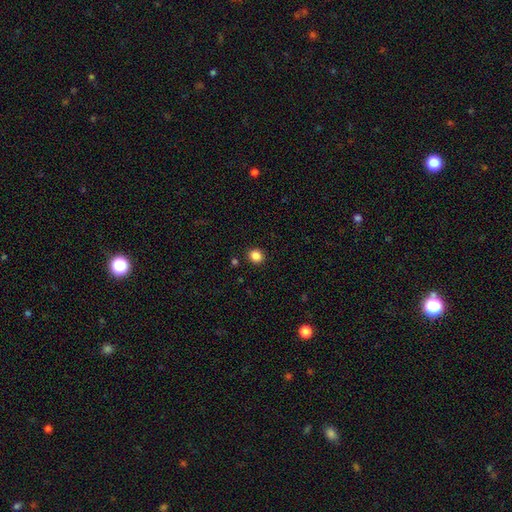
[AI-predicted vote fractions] Morphology: type=smooth (86%); roundness=round (85%); merging=none (91%).